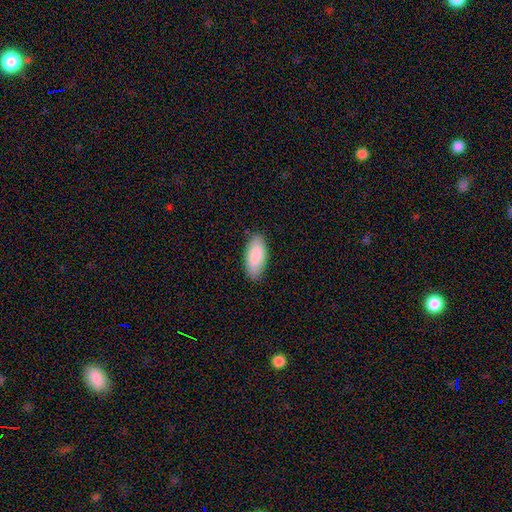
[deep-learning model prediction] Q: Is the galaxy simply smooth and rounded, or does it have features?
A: smooth — 88%.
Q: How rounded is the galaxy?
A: in between — 88%.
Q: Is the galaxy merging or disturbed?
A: none — 86%.